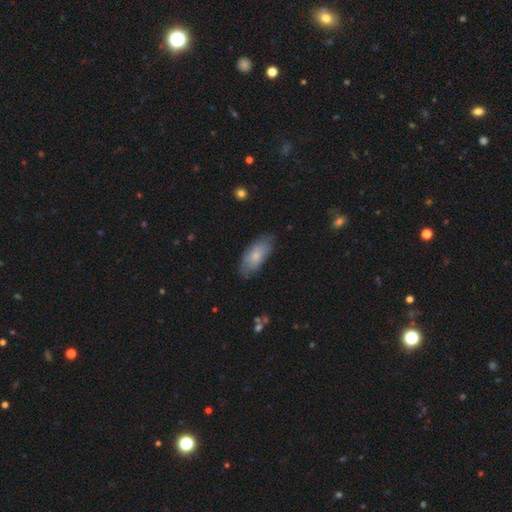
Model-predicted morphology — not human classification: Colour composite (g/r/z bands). It shows a smooth galaxy with no disk features (72%) that is in between round and cigar-shaped (86%). Merging: none (75%).